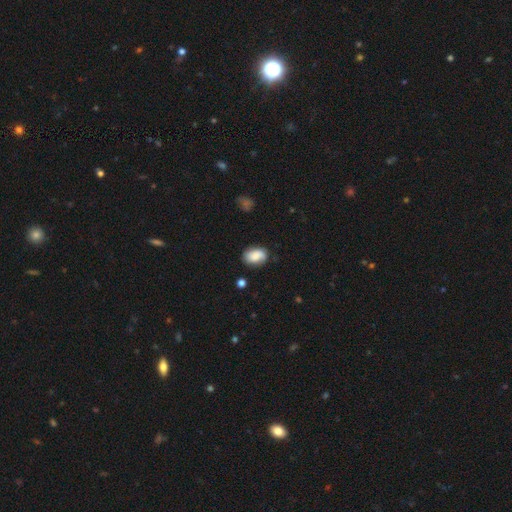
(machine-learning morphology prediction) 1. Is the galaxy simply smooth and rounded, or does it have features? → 74% smooth, 18% featured or disk, 8% star or artifact.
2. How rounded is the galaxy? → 82% in between, 17% round, 1% cigar-shaped.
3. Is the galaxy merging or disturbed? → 72% none, 21% minor disturbance, 5% major disturbance, 2% merger.